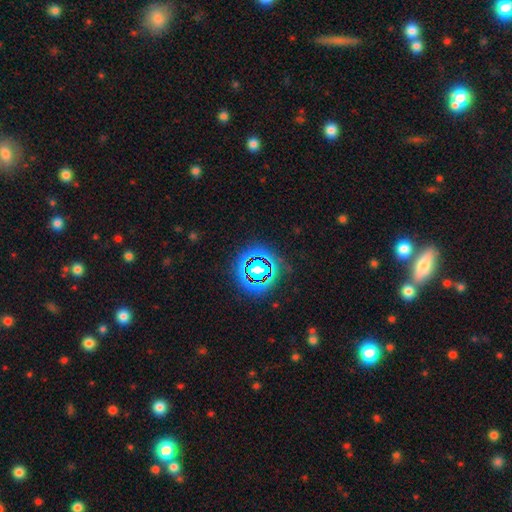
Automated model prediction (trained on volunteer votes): star or artifact 71%, smooth 19%, featured or disk 10%.